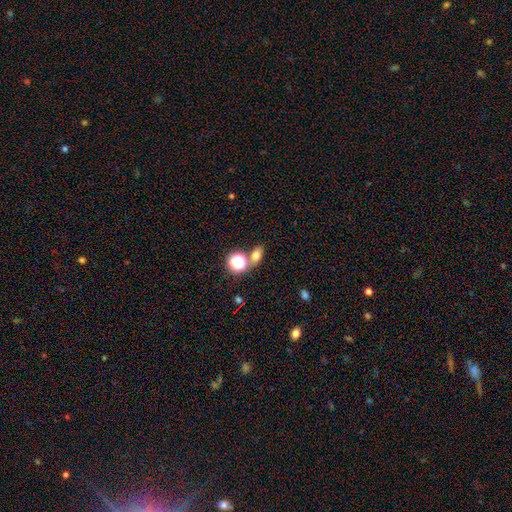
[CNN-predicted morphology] smooth 70%, star or artifact 20%, featured or disk 10%. Down the decision tree: how rounded — in between (70%); merging — none (69%).